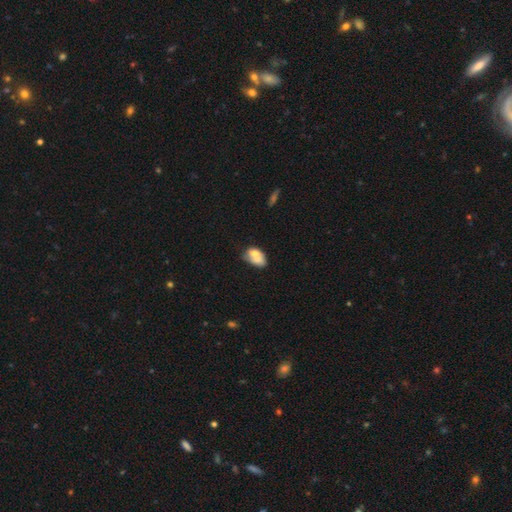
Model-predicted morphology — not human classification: The model was most divided on "smooth or featured": smooth: 61%, featured or disk: 31%, star or artifact: 8%. More confident: how rounded — in between (79%); merging — merger (55%).